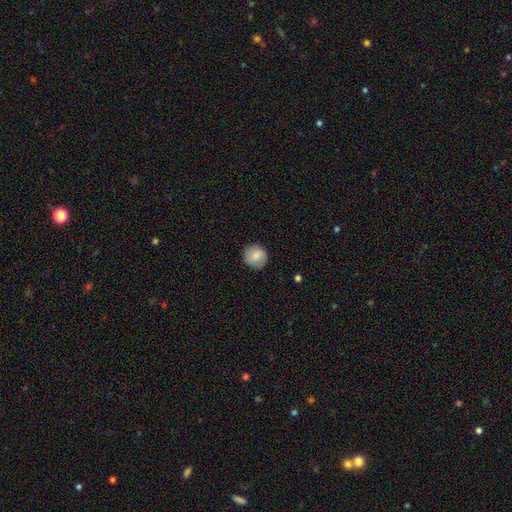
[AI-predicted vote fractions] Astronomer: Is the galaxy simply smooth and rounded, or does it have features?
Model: smooth — 82%.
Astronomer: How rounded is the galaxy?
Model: round — 92%.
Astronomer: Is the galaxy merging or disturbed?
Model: none — 87%.